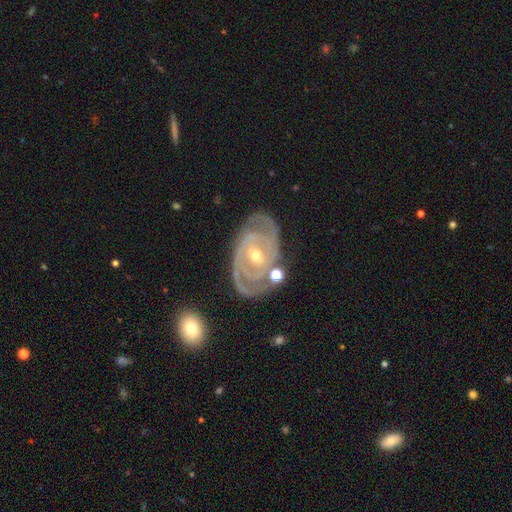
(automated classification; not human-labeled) Smooth or featured?
  - featured or disk: 90% *
  - star or artifact: 5%
  - smooth: 5%
Edge-on disk?
  - no: 96% *
  - yes: 4%
Bar?
  - no: 44% *
  - weak: 36%
  - strong: 20%
Spiral arms?
  - yes: 97% *
  - no: 3%
Spiral winding?
  - tight: 75% *
  - medium: 22%
  - loose: 4%
Spiral arm count?
  - 2: 56% *
  - 3: 18%
  - can't tell: 13%
  - 4: 6%
  - 1: 4%
  - more than 4: 4%
Bulge size?
  - small: 60% *
  - moderate: 38%
  - large: 1%
  - none: 1%
  - dominant: 1%
Merging?
  - none: 74% *
  - minor disturbance: 16%
  - major disturbance: 5%
  - merger: 4%